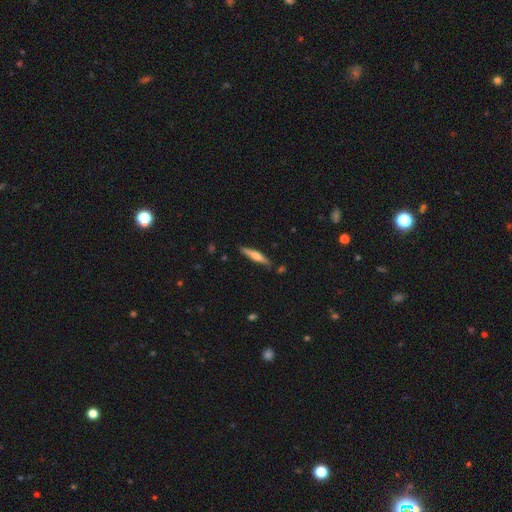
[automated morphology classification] Q: Smooth or featured?
A: featured or disk (49%); runner-up: smooth (45%)
Q: Merging?
A: none (86%); runner-up: minor disturbance (10%)